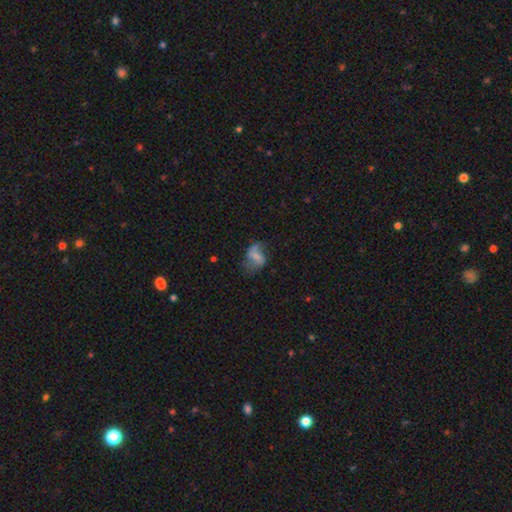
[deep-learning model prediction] This is possibly a smooth galaxy (47%). Merging: marginally none (37%).